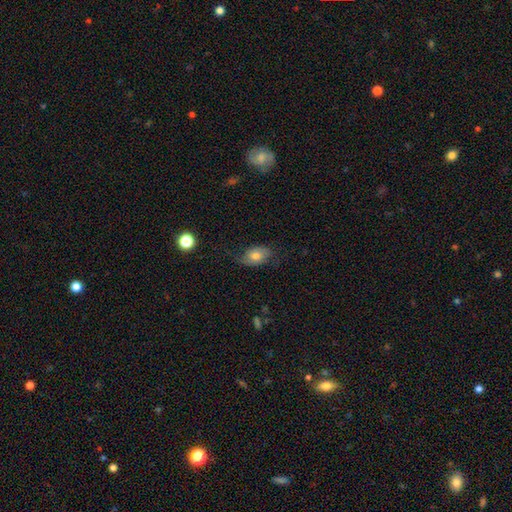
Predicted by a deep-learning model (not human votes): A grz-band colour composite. It shows a smooth galaxy with no disk features (63%) that is in between round and cigar-shaped (84%). Merging: none (62%).